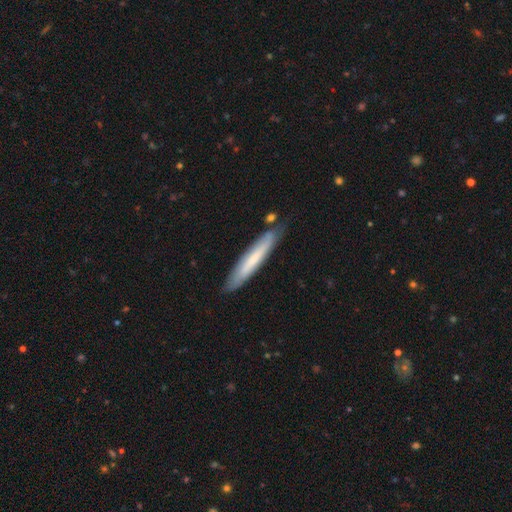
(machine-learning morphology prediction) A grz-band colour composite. It shows a smooth galaxy with no disk features (59%) that is cigar-shaped (94%). Merging: none (84%).